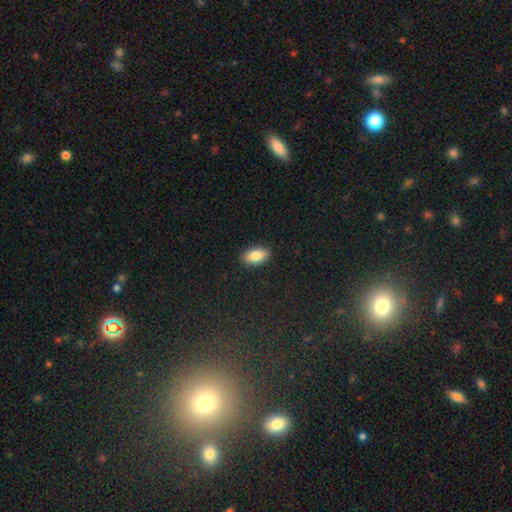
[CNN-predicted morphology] Smooth or featured?
  - smooth: 85% *
  - featured or disk: 8%
  - star or artifact: 7%
How rounded?
  - in between: 92% *
  - round: 5%
  - cigar-shaped: 3%
Merging?
  - none: 90% *
  - minor disturbance: 7%
  - major disturbance: 2%
  - merger: 1%